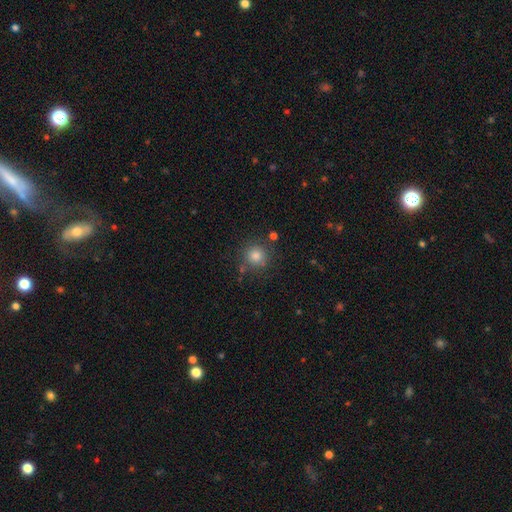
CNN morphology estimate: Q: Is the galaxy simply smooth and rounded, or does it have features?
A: smooth — 81%.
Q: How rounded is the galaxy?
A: round — 93%.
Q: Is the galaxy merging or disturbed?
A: none — 81%.